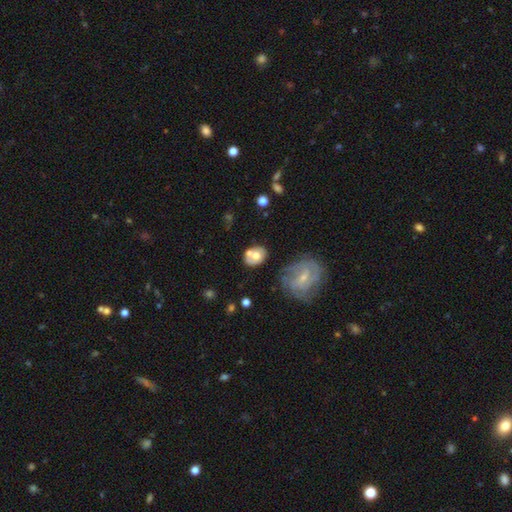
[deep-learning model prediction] A smooth galaxy with no disk features (55%) that is in between round and cigar-shaped (56%). Merging: none (46%).